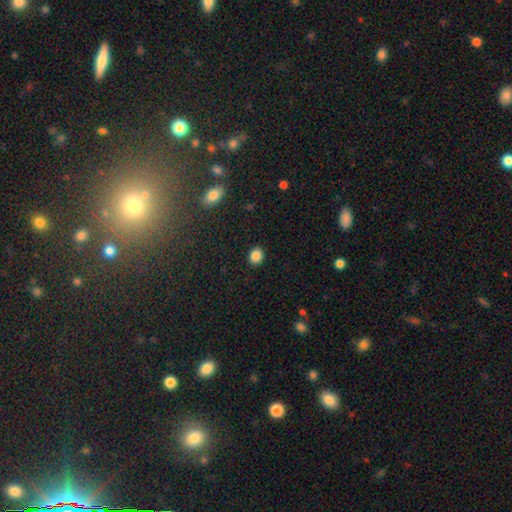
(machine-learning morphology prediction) Smooth or featured? smooth (86%)
How rounded? round (71%)
Merging? none (91%)